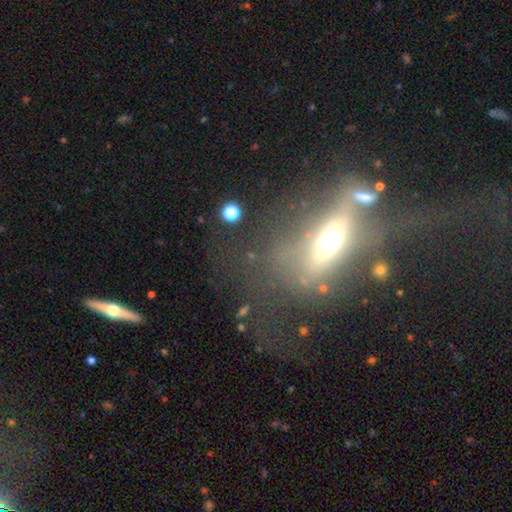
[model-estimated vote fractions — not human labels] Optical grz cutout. It shows a featured or disk galaxy (58%). Merging: major disturbance (44%).